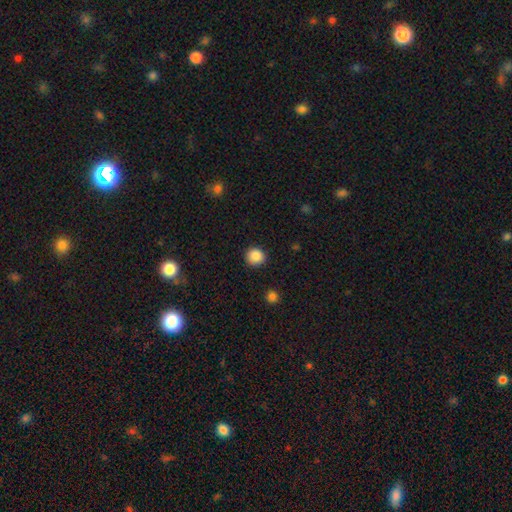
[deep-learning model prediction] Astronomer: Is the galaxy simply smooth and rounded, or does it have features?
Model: smooth — 87%.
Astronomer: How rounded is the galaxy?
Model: round — 92%.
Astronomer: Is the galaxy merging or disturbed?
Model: none — 90%.